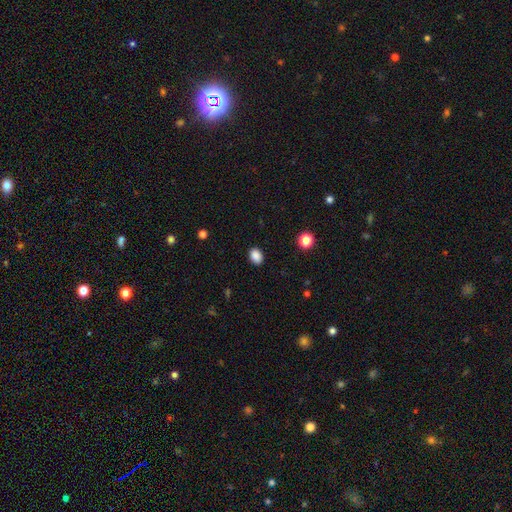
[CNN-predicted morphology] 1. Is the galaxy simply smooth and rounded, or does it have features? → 87% smooth, 10% star or artifact, 3% featured or disk.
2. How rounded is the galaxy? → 69% in between, 30% round, 1% cigar-shaped.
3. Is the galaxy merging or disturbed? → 89% none, 8% minor disturbance, 2% major disturbance, 1% merger.